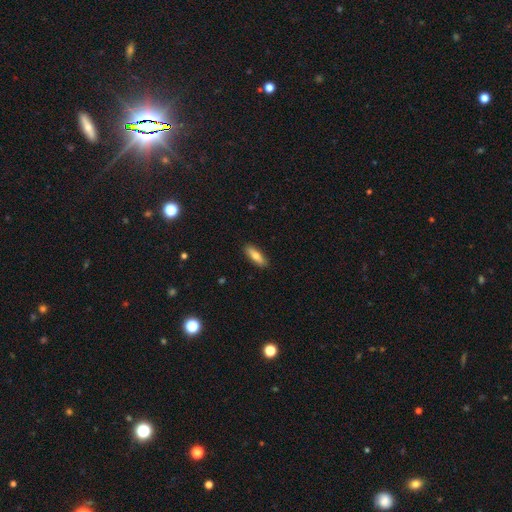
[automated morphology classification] This appears to be a smooth galaxy with no disk features (73%) that is cigar-shaped (50%). Merging: none (89%).